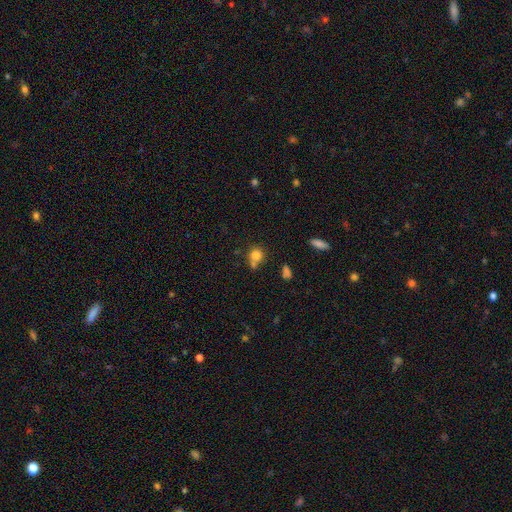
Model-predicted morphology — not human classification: smooth_or_featured: smooth (p=0.80) [alt: star or artifact p=0.12]
how_rounded: round (p=0.81) [alt: in between p=0.17]
merging: none (p=0.50) [alt: merger p=0.31]